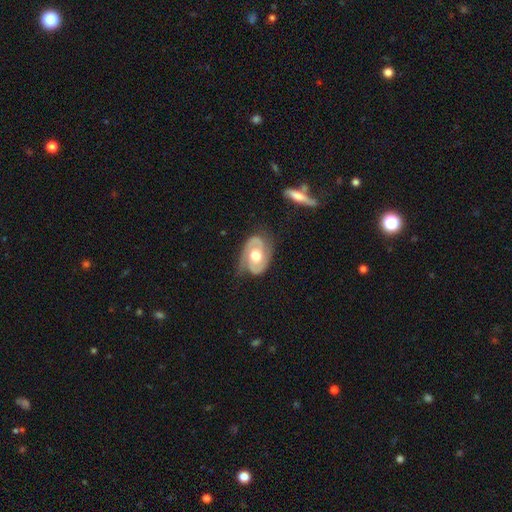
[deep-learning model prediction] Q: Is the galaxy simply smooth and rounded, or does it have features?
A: featured or disk — 83%.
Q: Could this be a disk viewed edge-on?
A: no — 96%.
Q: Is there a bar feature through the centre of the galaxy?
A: no — 68%.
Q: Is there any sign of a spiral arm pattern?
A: yes — 93%.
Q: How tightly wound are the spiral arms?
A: medium — 45%.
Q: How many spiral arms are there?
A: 2 — 88%.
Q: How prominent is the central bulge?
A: moderate — 67%.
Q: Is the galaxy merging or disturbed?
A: none — 65%.